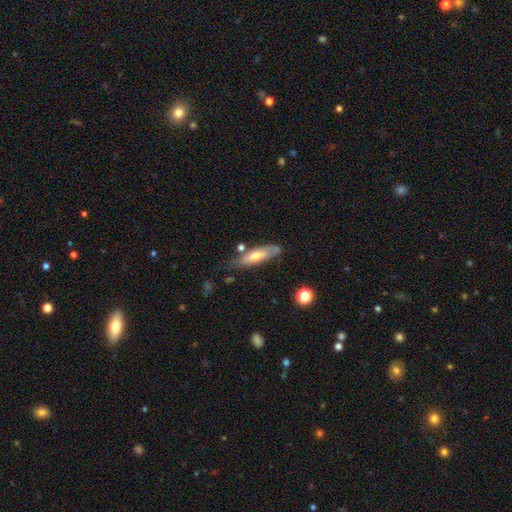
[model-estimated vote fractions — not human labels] Smooth or featured? Predicted: smooth (p=0.53). How rounded? Predicted: cigar-shaped (p=0.62). Merging? Predicted: none (p=0.63).